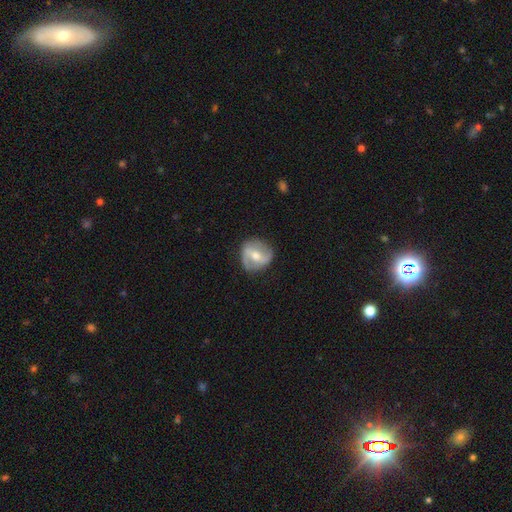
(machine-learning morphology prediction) Q: Smooth or featured?
A: featured or disk (69%); runner-up: smooth (25%)
Q: Edge-on disk?
A: no (96%); runner-up: yes (4%)
Q: Bar?
A: weak (43%); runner-up: strong (34%)
Q: Spiral arms?
A: yes (82%); runner-up: no (18%)
Q: Spiral winding?
A: medium (41%); runner-up: loose (37%)
Q: Spiral arm count?
A: 2 (83%); runner-up: can't tell (9%)
Q: Bulge size?
A: moderate (61%); runner-up: small (33%)
Q: Merging?
A: none (76%); runner-up: minor disturbance (17%)